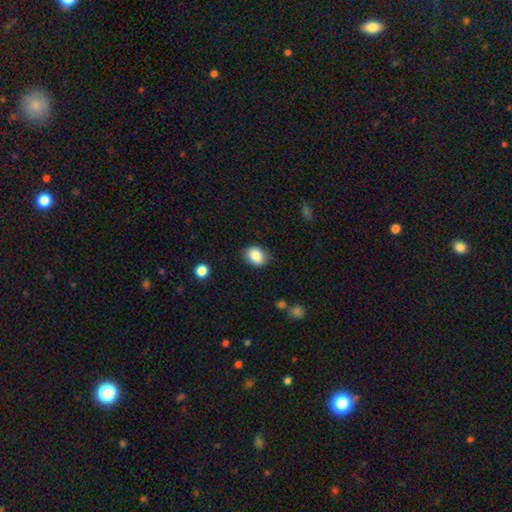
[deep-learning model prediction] Smooth or featured: smooth — 87% (star or artifact — 8%)
How rounded: in between — 58% (round — 41%)
Merging: none — 84% (minor disturbance — 12%)